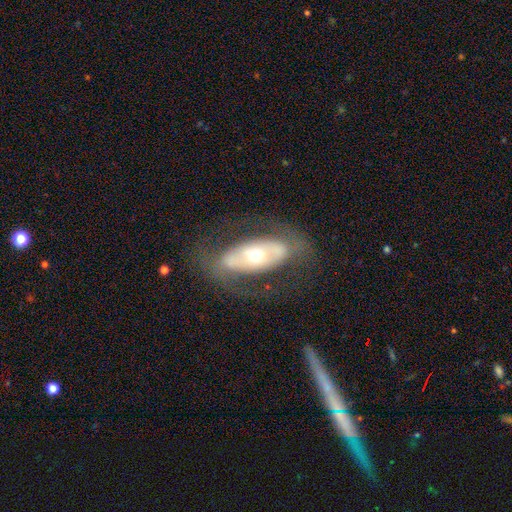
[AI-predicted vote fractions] The model was most divided on "spiral arms": no: 63%, yes: 37%. More confident: edge-on disk — no (86%); merging — none (71%); bulge size — moderate (68%); bar — no (64%); smooth or featured — featured or disk (63%).